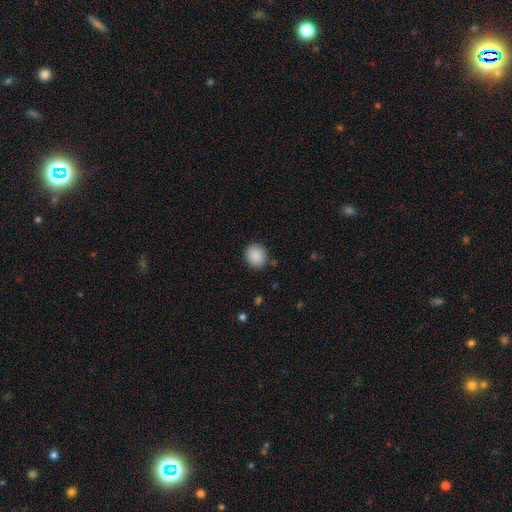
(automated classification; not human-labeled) smooth 89%, star or artifact 8%, featured or disk 3%. Down the decision tree: how rounded — round (76%); merging — none (86%).